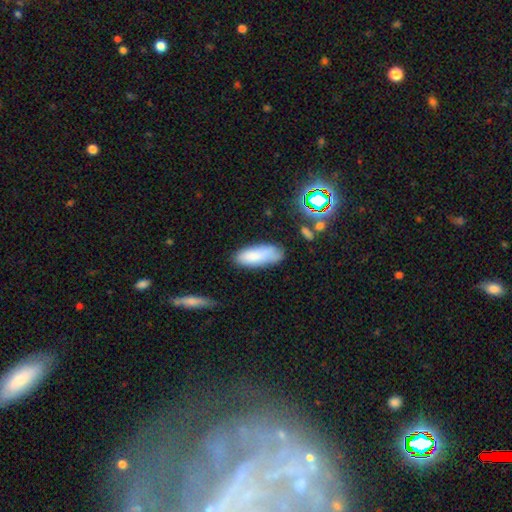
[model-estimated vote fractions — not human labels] A smooth galaxy with no disk features (80%) that is in between round and cigar-shaped (75%). Merging: none (61%).